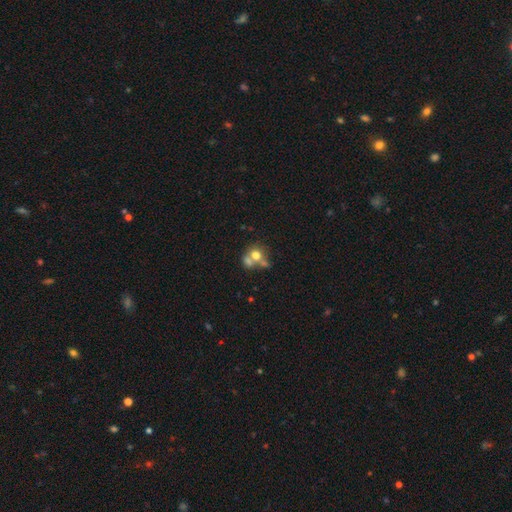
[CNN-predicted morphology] The model was most divided on "merging": merger: 53%, none: 32%, minor disturbance: 9%, major disturbance: 6%. More confident: how rounded — round (71%); smooth or featured — smooth (65%).